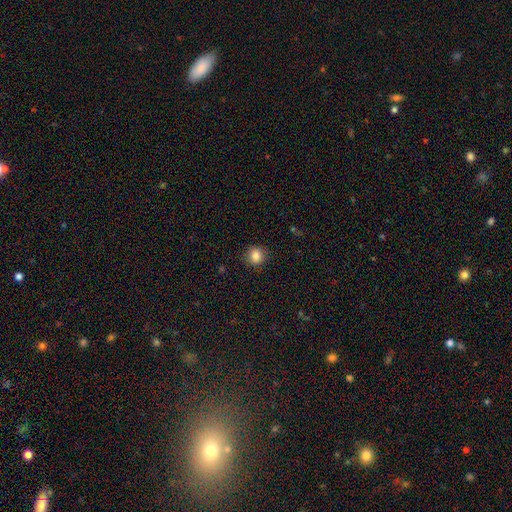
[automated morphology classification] Q: Smooth or featured?
A: smooth (85%); runner-up: star or artifact (11%)
Q: How rounded?
A: round (84%); runner-up: in between (15%)
Q: Merging?
A: none (88%); runner-up: minor disturbance (9%)